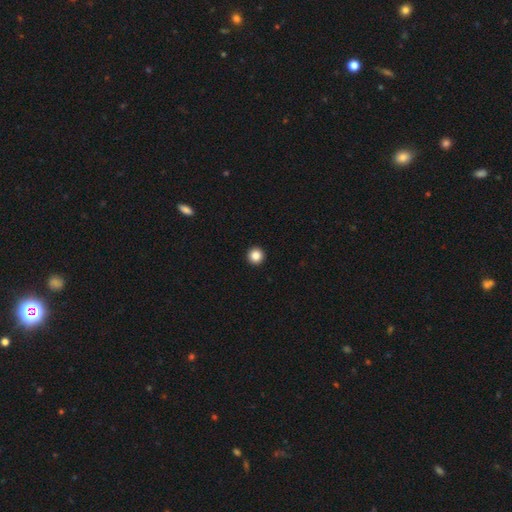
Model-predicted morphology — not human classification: This is clearly a smooth galaxy (86%). How rounded: clearly round (96%). Merging: clearly none (94%).